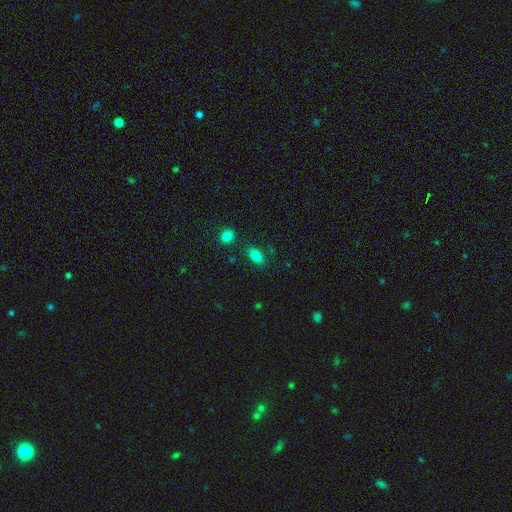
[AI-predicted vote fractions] smooth_or_featured: smooth (p=0.82) [alt: star or artifact p=0.10]
how_rounded: in between (p=0.85) [alt: round p=0.12]
merging: none (p=0.81) [alt: minor disturbance p=0.12]